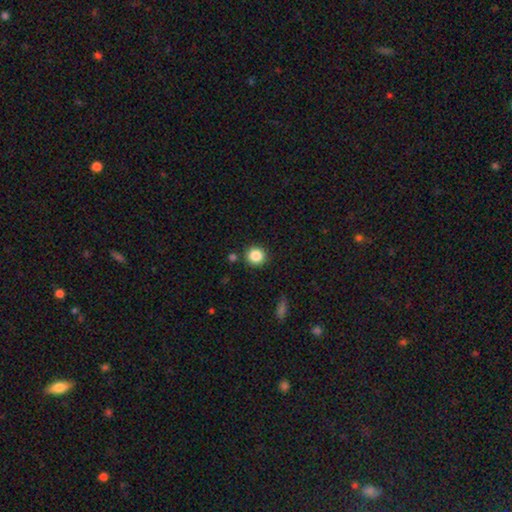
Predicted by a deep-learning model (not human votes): Smooth or featured?
  - smooth: 86% *
  - star or artifact: 10%
  - featured or disk: 4%
How rounded?
  - round: 92% *
  - in between: 7%
  - cigar-shaped: 1%
Merging?
  - none: 87% *
  - minor disturbance: 7%
  - merger: 4%
  - major disturbance: 2%